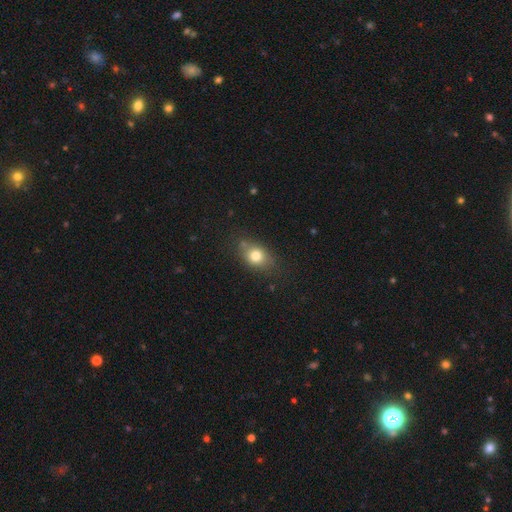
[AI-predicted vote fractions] A smooth galaxy with no disk features (77%) that is in between round and cigar-shaped (57%). Merging: none (72%).